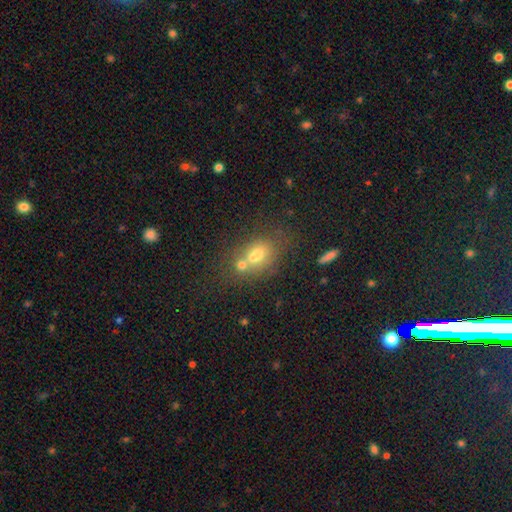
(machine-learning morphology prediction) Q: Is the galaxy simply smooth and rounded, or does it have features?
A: smooth — 66%.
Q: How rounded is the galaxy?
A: in between — 65%.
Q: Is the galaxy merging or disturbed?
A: merger — 47%.